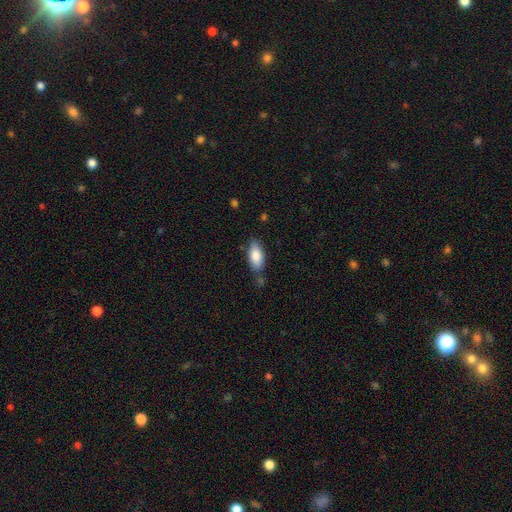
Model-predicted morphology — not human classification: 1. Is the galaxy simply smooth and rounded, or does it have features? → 83% smooth, 10% featured or disk, 6% star or artifact.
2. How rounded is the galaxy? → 87% in between, 11% cigar-shaped, 2% round.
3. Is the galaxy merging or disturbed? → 70% none, 20% minor disturbance, 6% merger, 5% major disturbance.